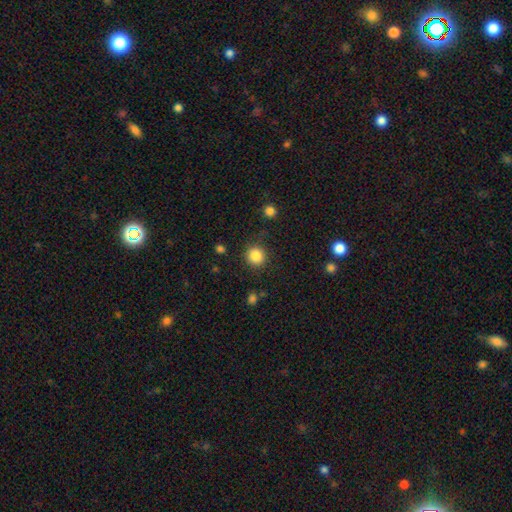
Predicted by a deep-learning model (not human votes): A smooth galaxy with no disk features (85%) that is round (92%). Merging: none (87%).